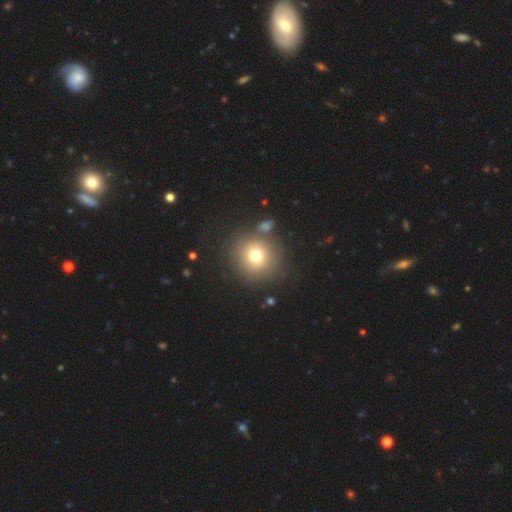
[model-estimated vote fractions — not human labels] Smooth or featured?
  - smooth: 74% *
  - star or artifact: 14%
  - featured or disk: 12%
How rounded?
  - round: 92% *
  - in between: 7%
  - cigar-shaped: 1%
Merging?
  - none: 79% *
  - merger: 9%
  - minor disturbance: 8%
  - major disturbance: 4%